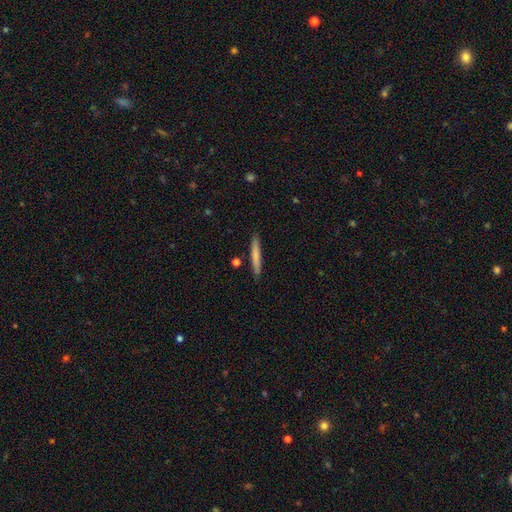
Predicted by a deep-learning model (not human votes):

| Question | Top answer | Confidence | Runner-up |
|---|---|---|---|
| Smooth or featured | smooth | 72% | featured or disk (22%) |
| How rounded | cigar-shaped | 95% | in between (4%) |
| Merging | none | 87% | minor disturbance (9%) |